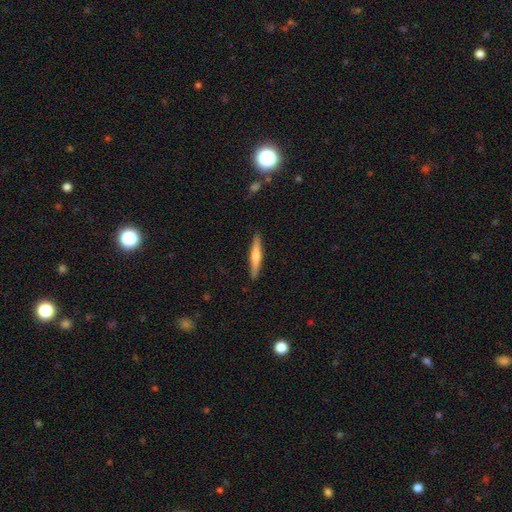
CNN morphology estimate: smooth 49%, featured or disk 46%, star or artifact 5%. Down the decision tree: merging — none (90%).